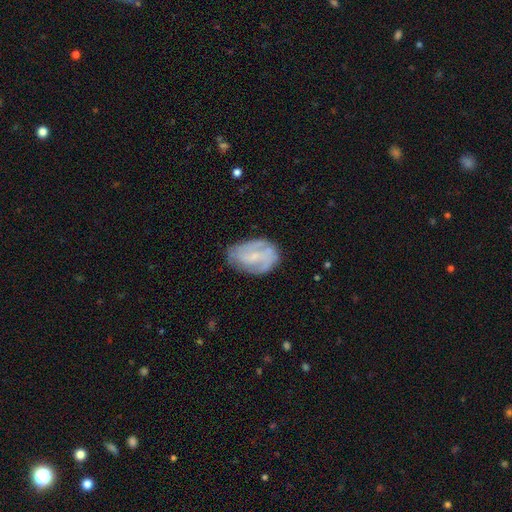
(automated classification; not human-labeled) Smooth or featured: featured or disk — 67% (smooth — 26%)
Edge-on disk: no — 97% (yes — 3%)
Bar: weak — 46% (no — 41%)
Spiral arms: yes — 80% (no — 20%)
Spiral winding: medium — 40% (tight — 39%)
Spiral arm count: 2 — 43% (can't tell — 33%)
Bulge size: small — 64% (moderate — 19%)
Merging: none — 63% (minor disturbance — 25%)